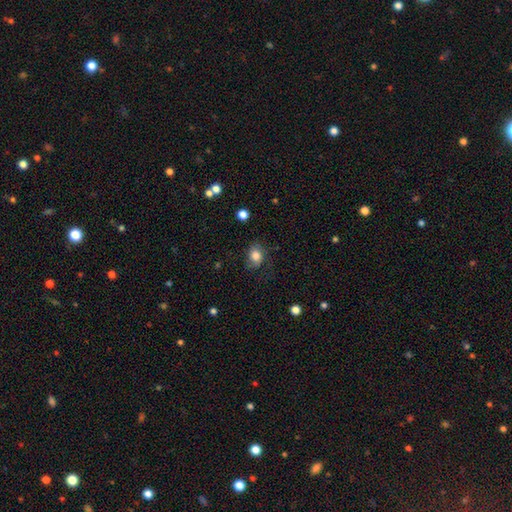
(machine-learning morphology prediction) This appears to be a smooth galaxy with no disk features (75%) that is in between round and cigar-shaped (56%). Merging: none (63%).